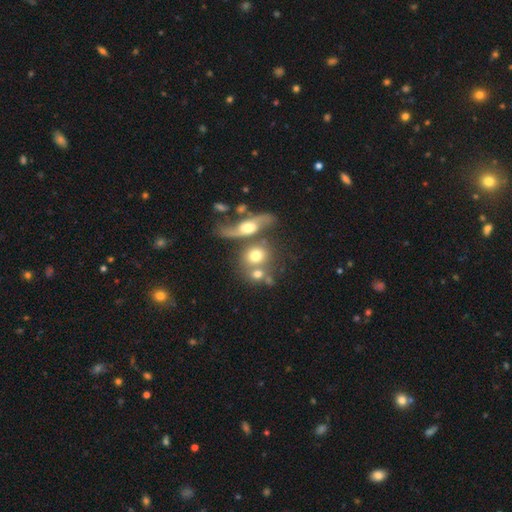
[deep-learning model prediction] smooth-or-featured: smooth: 60% | featured or disk: 30% | star or artifact: 10%
  how-rounded: round: 65% | in between: 31% | cigar-shaped: 4%
  merging: merger: 44% | none: 38% | minor disturbance: 11% | major disturbance: 7%